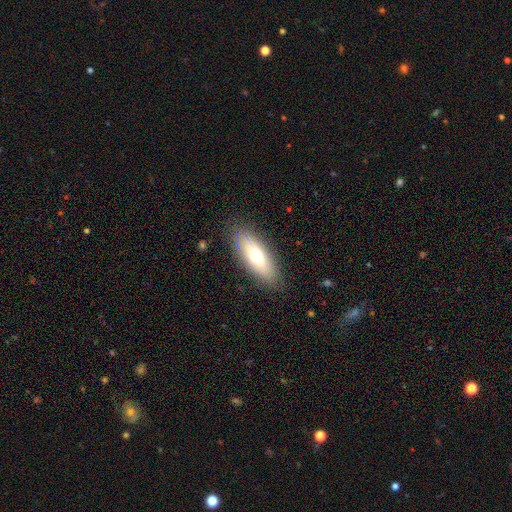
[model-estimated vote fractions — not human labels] Smooth or featured? smooth (63%)
How rounded? in between (72%)
Merging? none (84%)